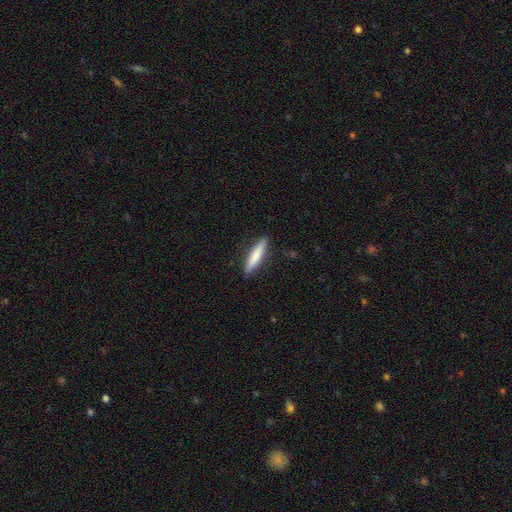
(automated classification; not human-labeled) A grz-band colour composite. It shows a smooth galaxy with no disk features (74%) that is cigar-shaped (87%). Merging: none (89%).